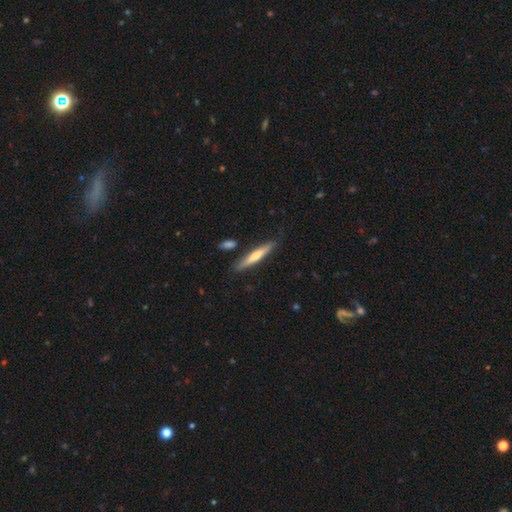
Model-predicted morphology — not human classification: smooth 49%, featured or disk 46%, star or artifact 6%. Down the decision tree: merging — none (84%).